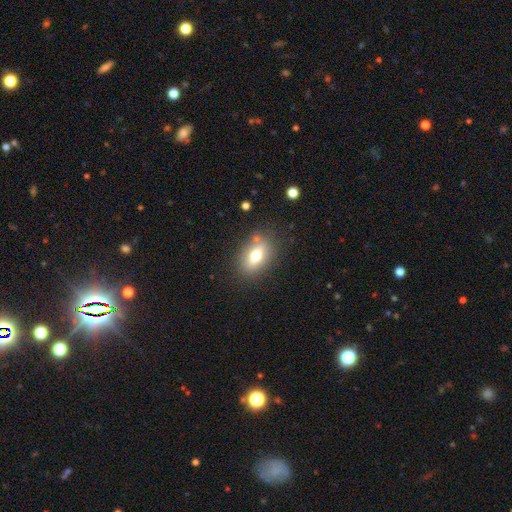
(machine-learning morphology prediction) Smooth or featured? smooth (63%)
How rounded? in between (78%)
Merging? none (80%)